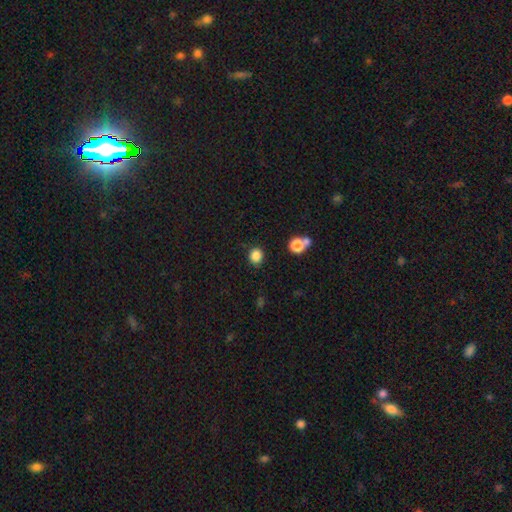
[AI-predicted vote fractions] This is clearly a smooth galaxy (84%). How rounded: clearly round (82%). Merging: clearly none (85%).